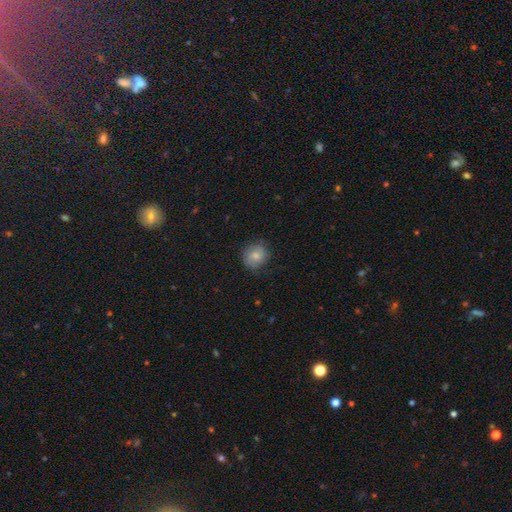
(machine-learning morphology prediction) Smooth or featured: smooth — 74% (featured or disk — 18%)
How rounded: round — 82% (in between — 17%)
Merging: none — 77% (minor disturbance — 18%)